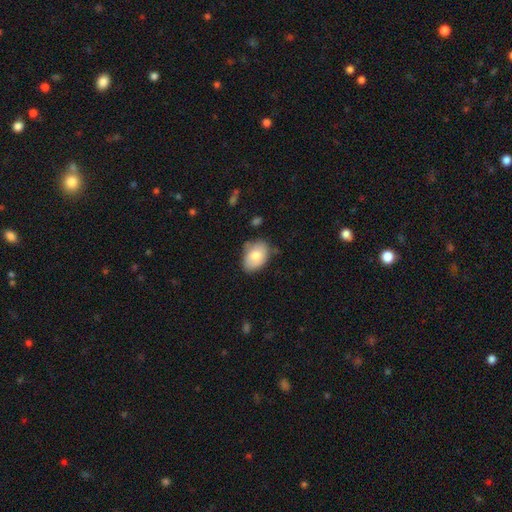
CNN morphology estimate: Smooth or featured: smooth — 75% (featured or disk — 18%)
How rounded: in between — 81% (round — 18%)
Merging: none — 63% (minor disturbance — 29%)